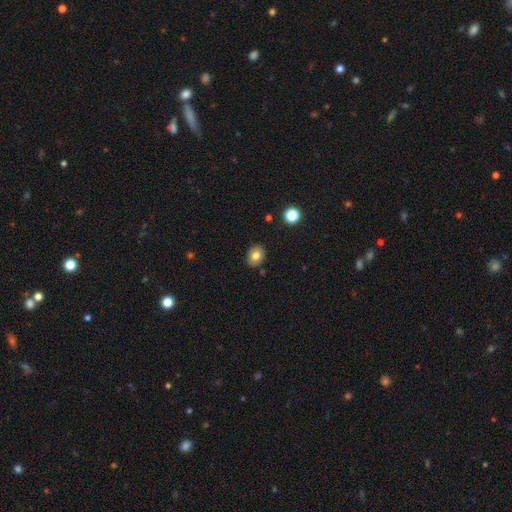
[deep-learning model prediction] The model was most divided on "how rounded": in between: 52%, round: 48%, cigar-shaped: 1%. More confident: merging — none (88%); smooth or featured — smooth (78%).